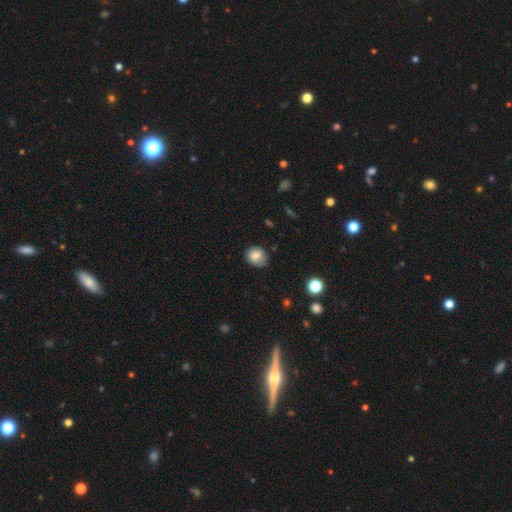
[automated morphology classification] Smooth or featured? smooth (80%)
How rounded? round (63%)
Merging? none (71%)